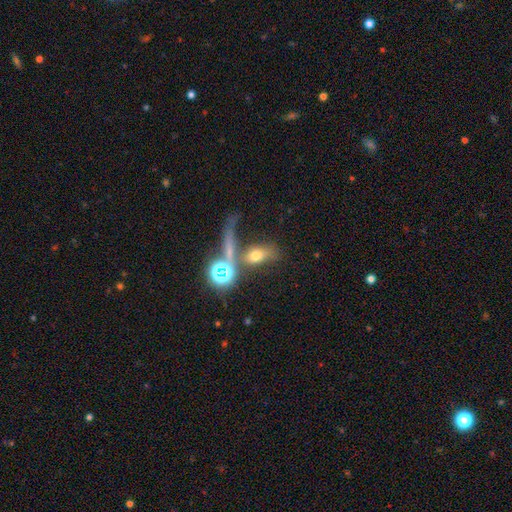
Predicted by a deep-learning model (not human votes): This appears to be a smooth galaxy with no disk features (57%) that is in between round and cigar-shaped (65%). Merging: none (42%).